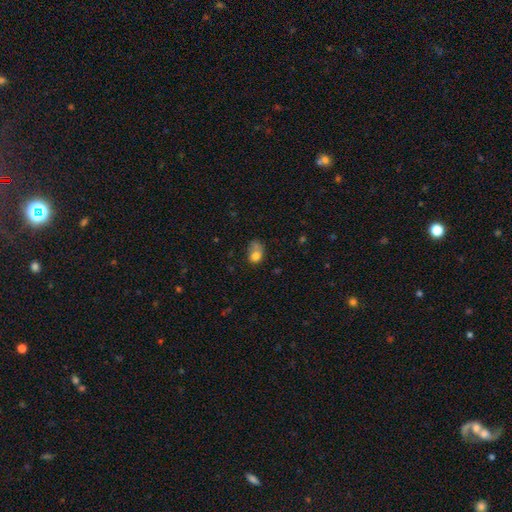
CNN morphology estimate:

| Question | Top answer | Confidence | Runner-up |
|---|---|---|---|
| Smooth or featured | smooth | 74% | featured or disk (15%) |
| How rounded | in between | 61% | round (37%) |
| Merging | none | 30% | minor disturbance (29%) |